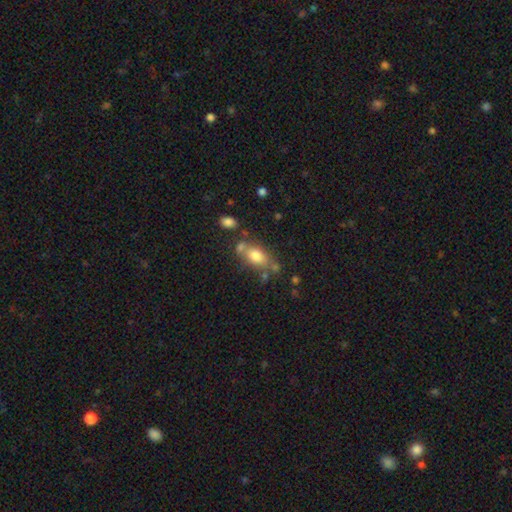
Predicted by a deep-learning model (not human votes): Smooth or featured: smooth — 74% (featured or disk — 16%)
How rounded: in between — 80% (round — 14%)
Merging: none — 56% (merger — 21%)